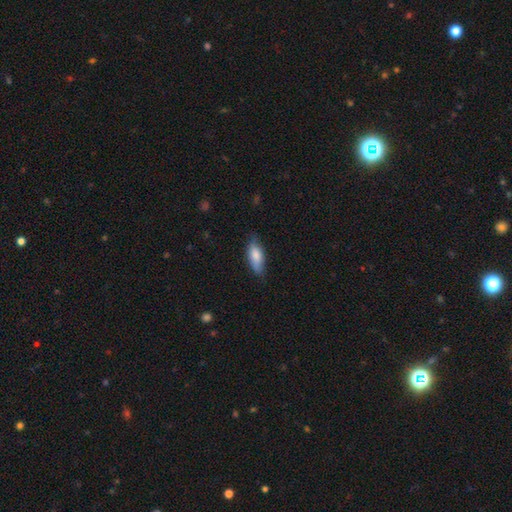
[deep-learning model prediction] Overall: smooth (80%). How rounded: in between (74%). Merging: none (72%).